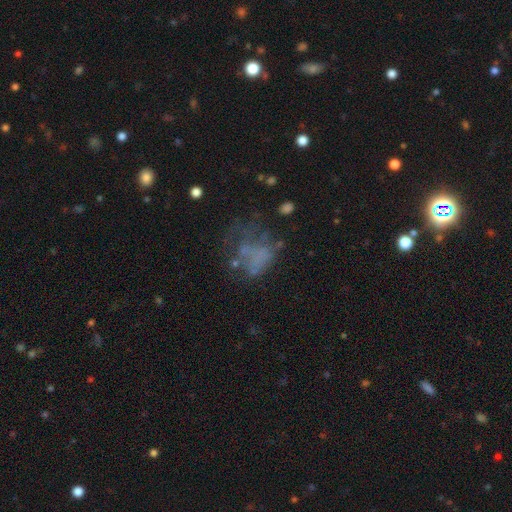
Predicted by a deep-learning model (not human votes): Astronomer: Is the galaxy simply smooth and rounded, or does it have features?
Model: featured or disk — 42% (runner-up: smooth, 38%).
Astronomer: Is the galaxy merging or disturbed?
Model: major disturbance — 38% (runner-up: none, 36%).